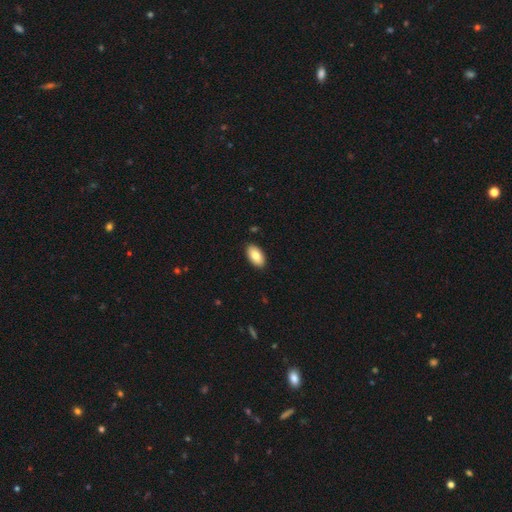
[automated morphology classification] smooth_or_featured: smooth (p=0.80) [alt: featured or disk p=0.13]
how_rounded: in between (p=0.95) [alt: round p=0.03]
merging: none (p=0.90) [alt: minor disturbance p=0.08]